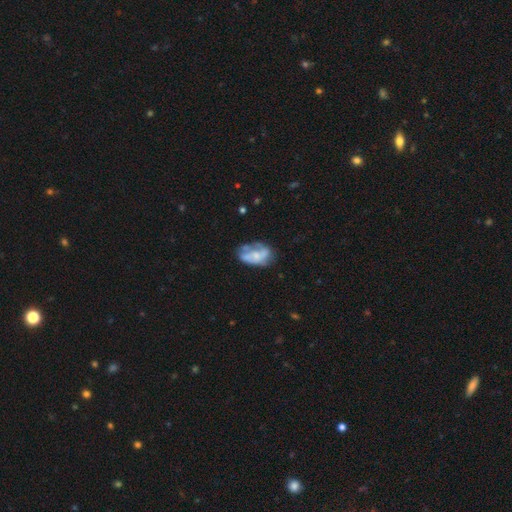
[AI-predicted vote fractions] Smooth or featured? featured or disk (53%)
Edge-on disk? no (96%)
Bar? no (76%)
Spiral arms? no (57%)
Bulge size? small (49%)
Merging? none (42%)